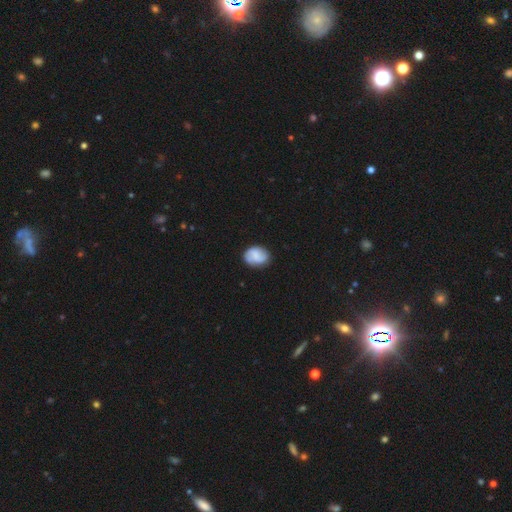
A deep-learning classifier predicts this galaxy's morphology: Smooth or featured: smooth — 47% (featured or disk — 45%)
Merging: none — 76% (minor disturbance — 17%)